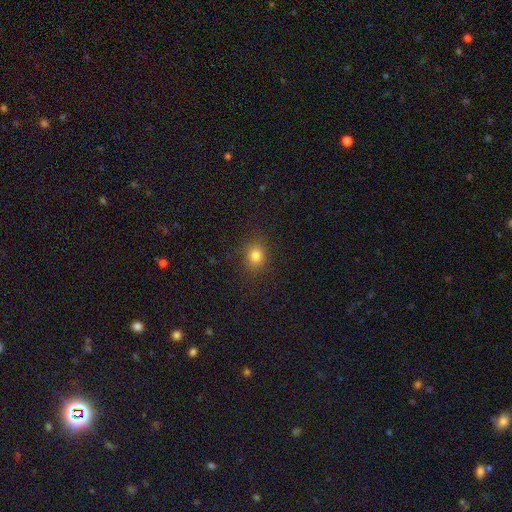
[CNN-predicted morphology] A smooth galaxy with no disk features (80%) that is round (67%).

Vote fractions:
- Smooth or featured? smooth: 80% / star or artifact: 14% / featured or disk: 6%
- How rounded? round: 67% / in between: 32% / cigar-shaped: 1%
- Merging? none: 87% / minor disturbance: 9% / major disturbance: 3% / merger: 1%